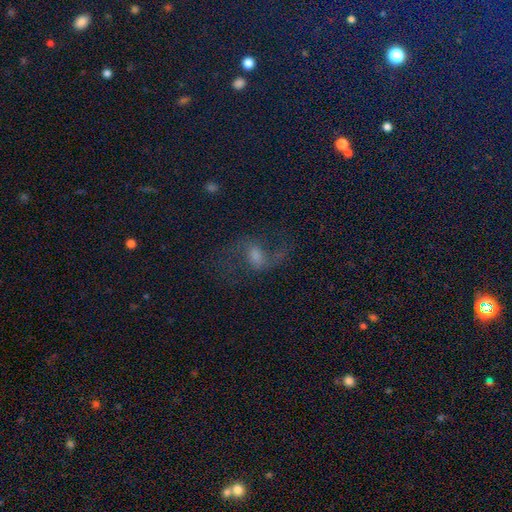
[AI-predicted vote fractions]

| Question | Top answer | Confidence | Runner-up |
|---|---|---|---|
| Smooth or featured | featured or disk | 71% | smooth (16%) |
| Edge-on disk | no | 97% | yes (3%) |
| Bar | weak | 49% | no (34%) |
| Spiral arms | yes | 92% | no (8%) |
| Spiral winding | loose | 73% | medium (23%) |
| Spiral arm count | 2 | 91% | 1 (3%) |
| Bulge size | moderate | 42% | small (27%) |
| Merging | none | 64% | major disturbance (18%) |